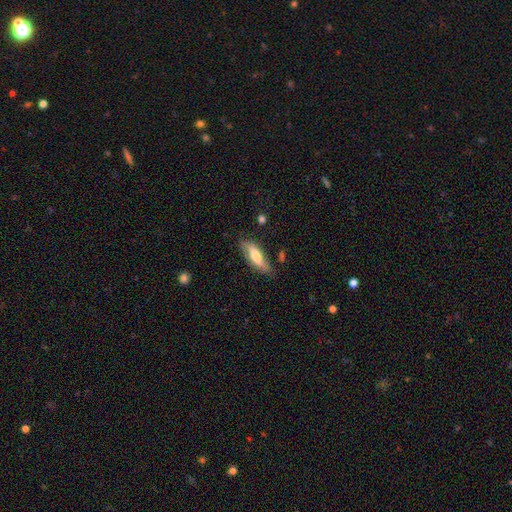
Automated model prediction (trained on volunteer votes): A smooth galaxy with no disk features (58%) that is in between round and cigar-shaped (59%).

Vote fractions:
- Smooth or featured? smooth: 58% / featured or disk: 35% / star or artifact: 6%
- How rounded? in between: 59% / cigar-shaped: 39% / round: 2%
- Merging? none: 70% / minor disturbance: 22% / major disturbance: 5% / merger: 3%